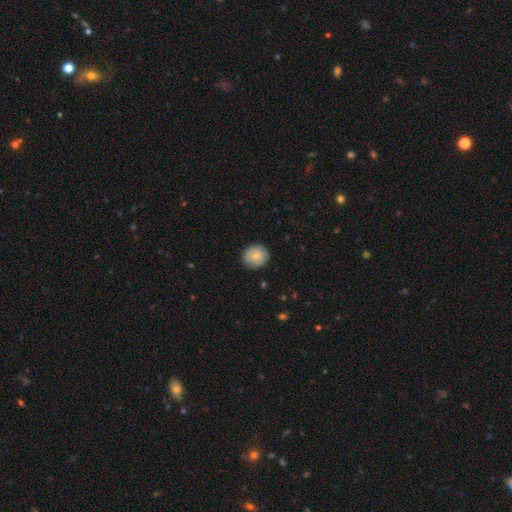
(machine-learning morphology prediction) smooth 69%, featured or disk 24%, star or artifact 7%. Down the decision tree: how rounded — round (86%); merging — none (83%).